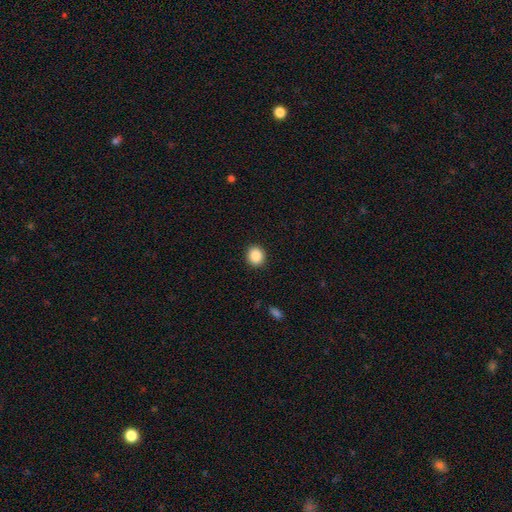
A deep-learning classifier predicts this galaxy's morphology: A smooth galaxy with no disk features (88%) that is round (83%). Merging: none (91%).